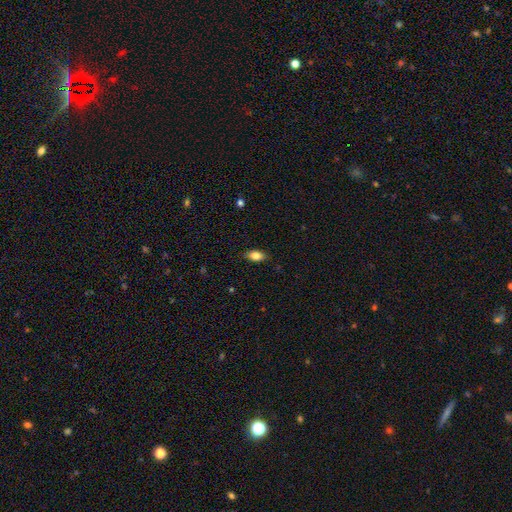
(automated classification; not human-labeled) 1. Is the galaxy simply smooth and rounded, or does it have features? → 81% smooth, 10% featured or disk, 8% star or artifact.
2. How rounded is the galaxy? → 86% in between, 8% round, 6% cigar-shaped.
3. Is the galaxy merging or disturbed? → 83% none, 14% minor disturbance, 3% major disturbance, 1% merger.